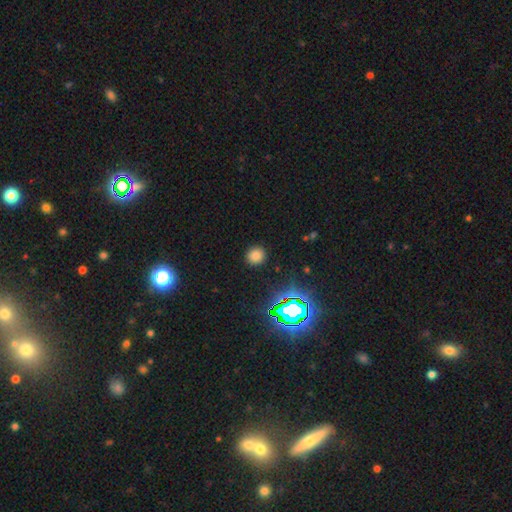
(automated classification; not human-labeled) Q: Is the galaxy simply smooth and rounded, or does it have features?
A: smooth — 74%.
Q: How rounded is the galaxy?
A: round — 90%.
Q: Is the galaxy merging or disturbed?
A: none — 90%.